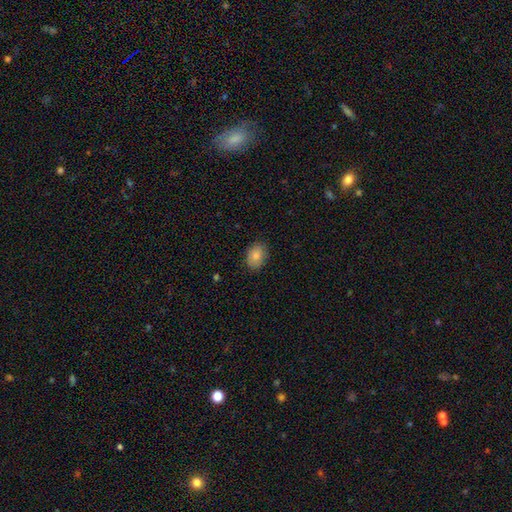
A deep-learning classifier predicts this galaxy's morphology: smooth 84%, featured or disk 8%, star or artifact 7%. Down the decision tree: how rounded — in between (72%); merging — none (84%).